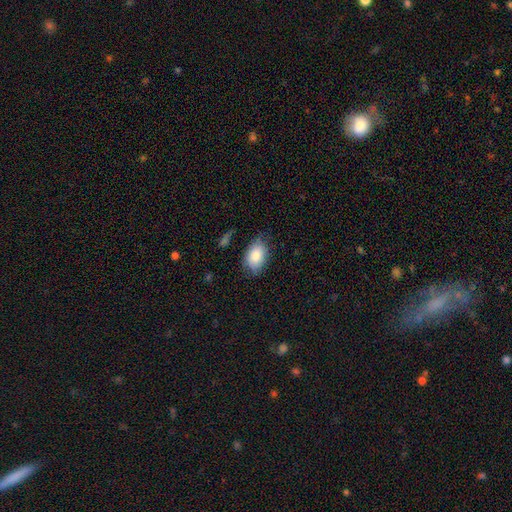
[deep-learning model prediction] The model was most divided on "merging": none: 71%, minor disturbance: 22%, major disturbance: 5%, merger: 2%. More confident: how rounded — in between (89%); smooth or featured — smooth (85%).